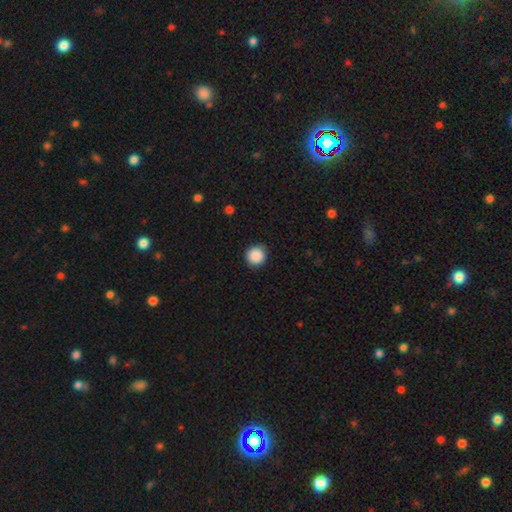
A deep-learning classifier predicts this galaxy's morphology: A smooth galaxy with no disk features (89%) that is round (93%).

Vote fractions:
- Smooth or featured? smooth: 89% / star or artifact: 9% / featured or disk: 2%
- How rounded? round: 93% / in between: 6% / cigar-shaped: 1%
- Merging? none: 89% / minor disturbance: 8% / major disturbance: 2% / merger: 1%